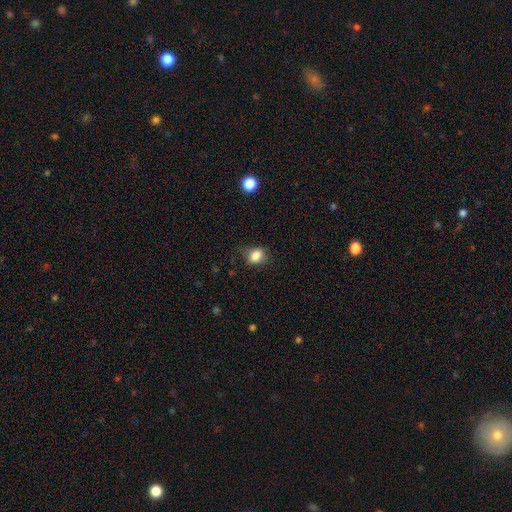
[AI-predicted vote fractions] A smooth galaxy with no disk features (82%) that is in between round and cigar-shaped (63%). Merging: none (65%).